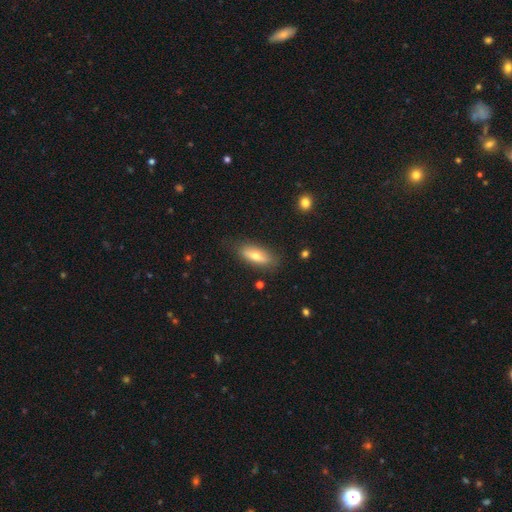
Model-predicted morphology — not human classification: This is likely a smooth galaxy (60%). How rounded: likely in between (64%). Merging: clearly none (81%).